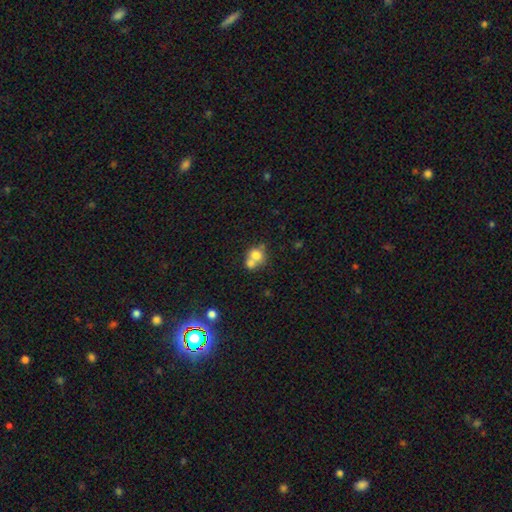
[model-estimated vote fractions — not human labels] Smooth or featured? Predicted: smooth (p=0.71). How rounded? Predicted: round (p=0.69). Merging? Predicted: merger (p=0.60).